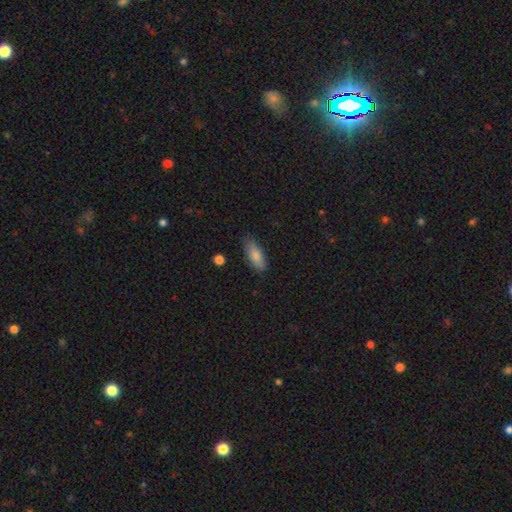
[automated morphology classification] A smooth galaxy with no disk features (84%) that is in between round and cigar-shaped (75%).

Vote fractions:
- Smooth or featured? smooth: 84% / featured or disk: 10% / star or artifact: 6%
- How rounded? in between: 75% / cigar-shaped: 23% / round: 2%
- Merging? none: 79% / minor disturbance: 16% / major disturbance: 3% / merger: 2%